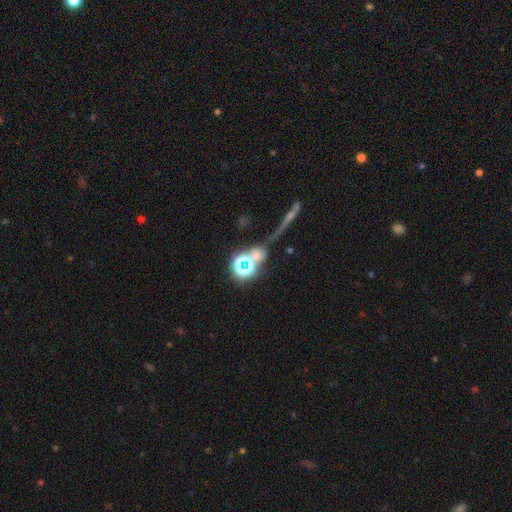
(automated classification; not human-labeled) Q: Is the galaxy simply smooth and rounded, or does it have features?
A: star or artifact — 52%.